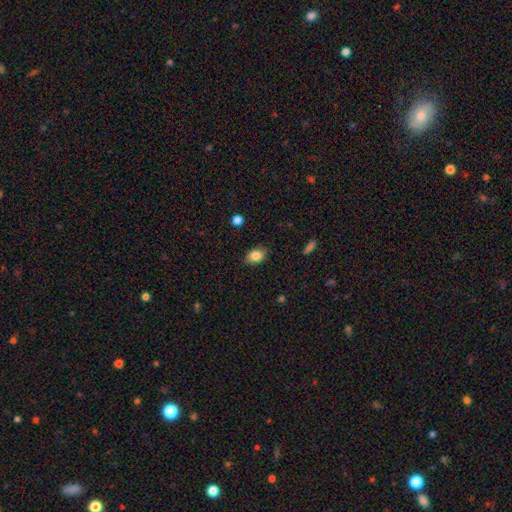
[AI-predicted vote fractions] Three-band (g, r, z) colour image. It shows a smooth galaxy with no disk features (84%) that is in between round and cigar-shaped (73%). Merging: none (82%).